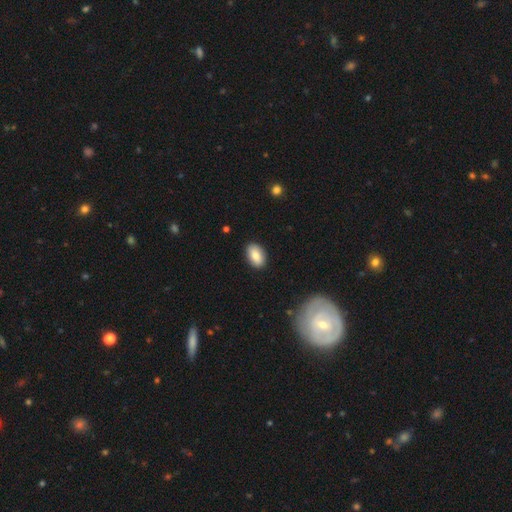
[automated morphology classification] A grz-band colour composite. It shows a smooth galaxy with no disk features (82%) that is in between round and cigar-shaped (91%). Merging: none (87%).